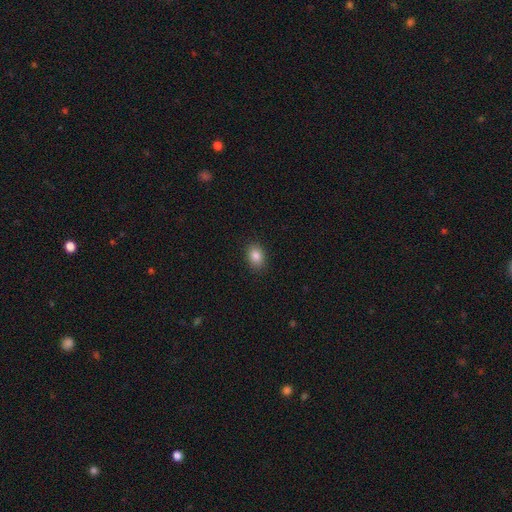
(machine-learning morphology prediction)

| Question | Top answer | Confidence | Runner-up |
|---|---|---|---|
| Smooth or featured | smooth | 85% | star or artifact (9%) |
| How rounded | in between | 74% | round (25%) |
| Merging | none | 88% | minor disturbance (9%) |